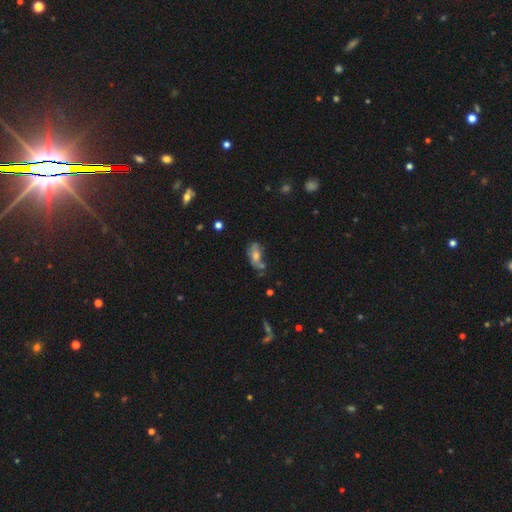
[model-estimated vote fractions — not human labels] smooth 43%, featured or disk 42%, star or artifact 15%. Down the decision tree: merging — none (38%).